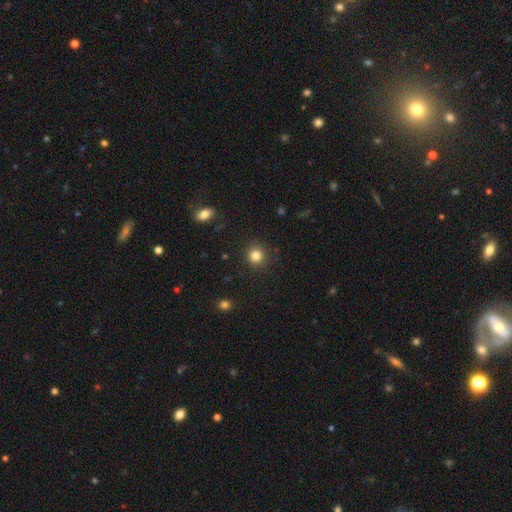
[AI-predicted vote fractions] Smooth or featured?
  - smooth: 83% *
  - star or artifact: 12%
  - featured or disk: 5%
How rounded?
  - round: 92% *
  - in between: 7%
  - cigar-shaped: 1%
Merging?
  - none: 90% *
  - minor disturbance: 7%
  - major disturbance: 2%
  - merger: 1%